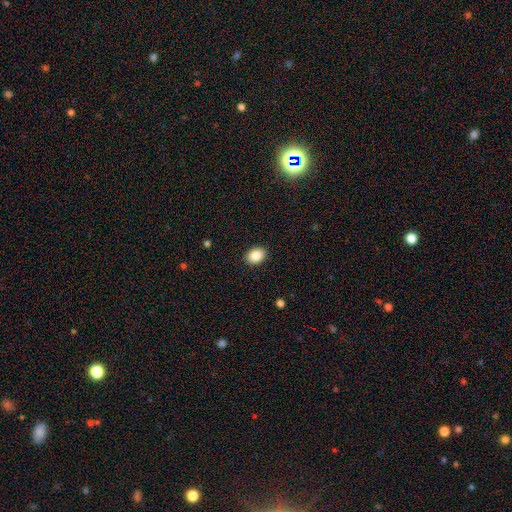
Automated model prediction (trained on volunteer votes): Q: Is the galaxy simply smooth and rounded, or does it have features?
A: smooth — 88%.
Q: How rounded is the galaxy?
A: in between — 66%.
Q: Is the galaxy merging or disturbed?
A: none — 90%.